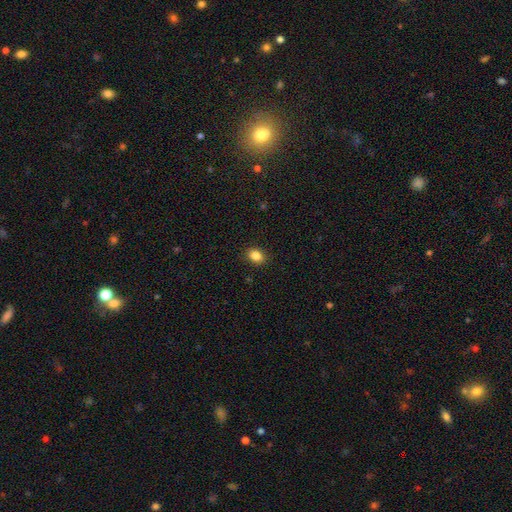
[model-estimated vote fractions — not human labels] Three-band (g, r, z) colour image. It shows a smooth galaxy with no disk features (85%) that is in between round and cigar-shaped (67%). Merging: none (89%).